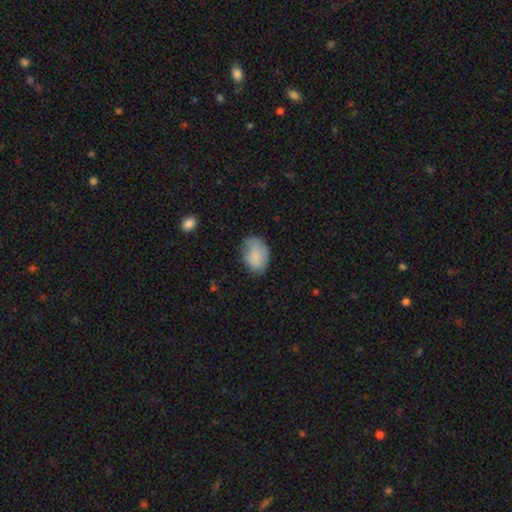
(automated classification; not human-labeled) Q: Smooth or featured?
A: smooth (84%); runner-up: featured or disk (9%)
Q: How rounded?
A: in between (86%); runner-up: round (13%)
Q: Merging?
A: none (66%); runner-up: minor disturbance (26%)